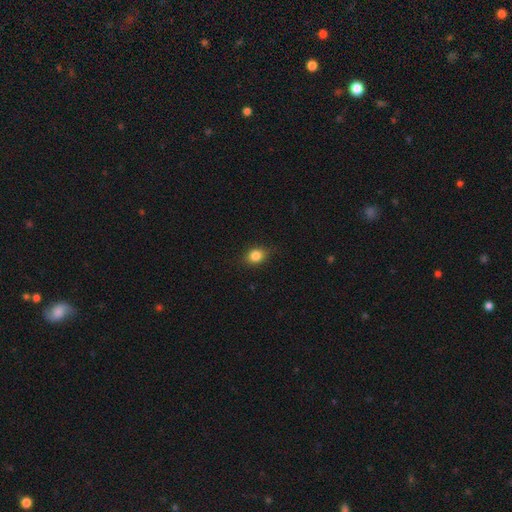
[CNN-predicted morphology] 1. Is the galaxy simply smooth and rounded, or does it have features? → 84% smooth, 10% star or artifact, 6% featured or disk.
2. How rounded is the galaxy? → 54% in between, 44% round, 2% cigar-shaped.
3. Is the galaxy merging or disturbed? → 83% none, 13% minor disturbance, 3% major disturbance, 1% merger.